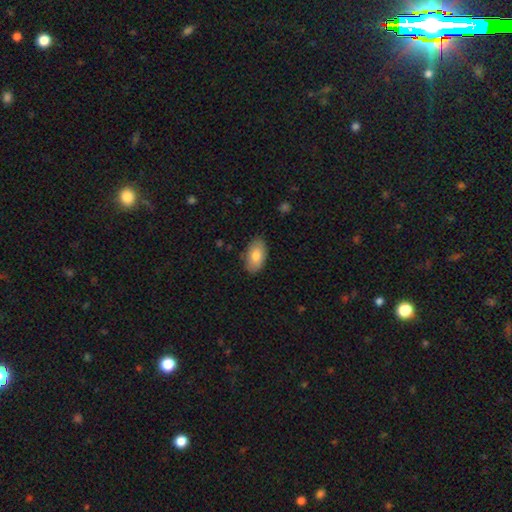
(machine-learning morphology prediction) smooth 80%, featured or disk 14%, star or artifact 6%. Down the decision tree: how rounded — in between (94%); merging — none (84%).